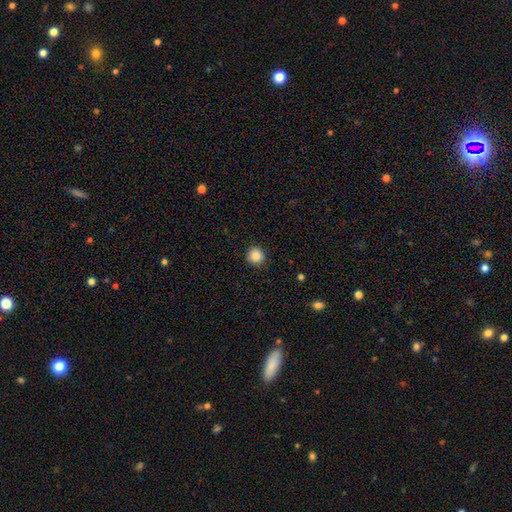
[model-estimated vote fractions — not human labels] smooth_or_featured: smooth (p=0.87) [alt: star or artifact p=0.09]
how_rounded: round (p=0.93) [alt: in between p=0.06]
merging: none (p=0.92) [alt: minor disturbance p=0.06]